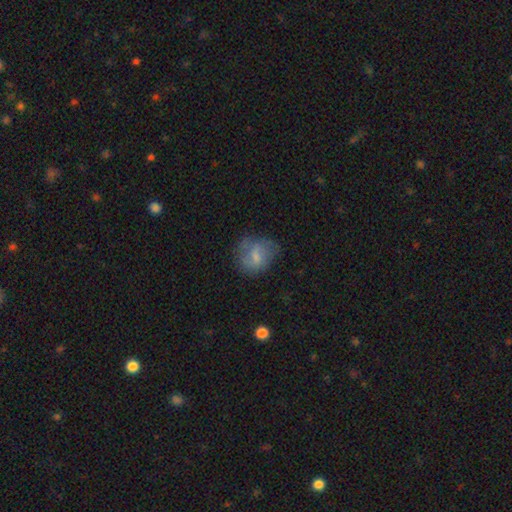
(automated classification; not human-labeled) Overall: smooth (53%; featured or disk 38%). How rounded: round (59%; in between 40%). Merging: none (53%; minor disturbance 28%).